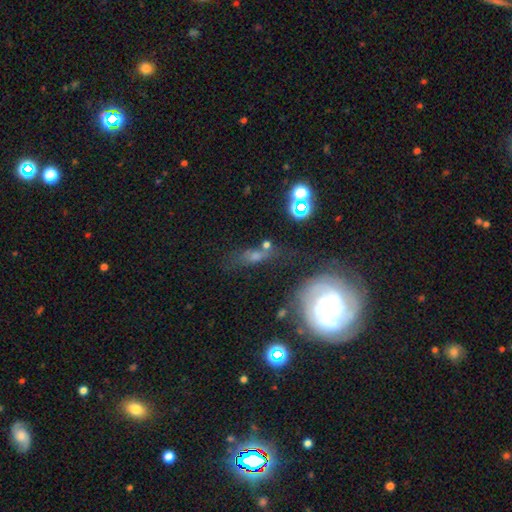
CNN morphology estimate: Smooth or featured: featured or disk — 50% (smooth — 31%)
Edge-on disk: no — 86% (yes — 14%)
Merging: none — 55% (minor disturbance — 19%)